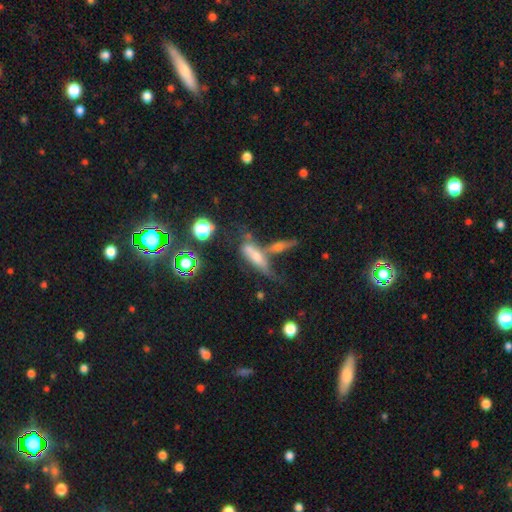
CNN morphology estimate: Smooth or featured?
  - smooth: 46% *
  - featured or disk: 40%
  - star or artifact: 14%
Merging?
  - merger: 53% *
  - none: 21%
  - major disturbance: 14%
  - minor disturbance: 12%